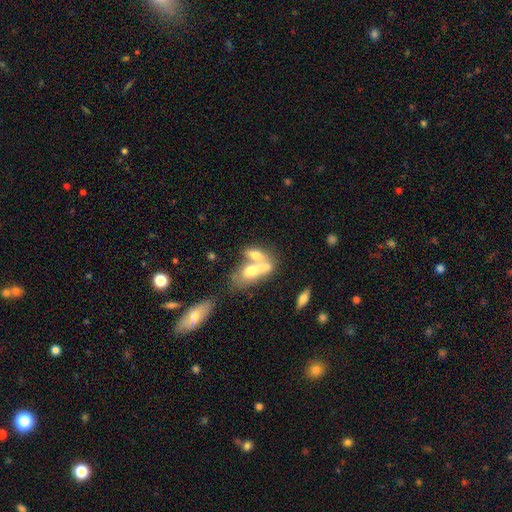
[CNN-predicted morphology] smooth-or-featured: smooth: 55% | featured or disk: 35% | star or artifact: 10%
  how-rounded: in between: 76% | round: 13% | cigar-shaped: 11%
  merging: merger: 65% | none: 20% | minor disturbance: 8% | major disturbance: 7%